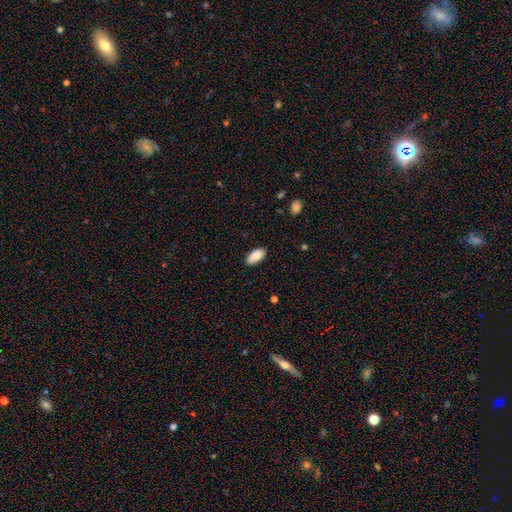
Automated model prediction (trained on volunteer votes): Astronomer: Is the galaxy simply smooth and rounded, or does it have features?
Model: smooth — 88%.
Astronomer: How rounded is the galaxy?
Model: in between — 94%.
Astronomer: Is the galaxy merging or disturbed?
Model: none — 87%.